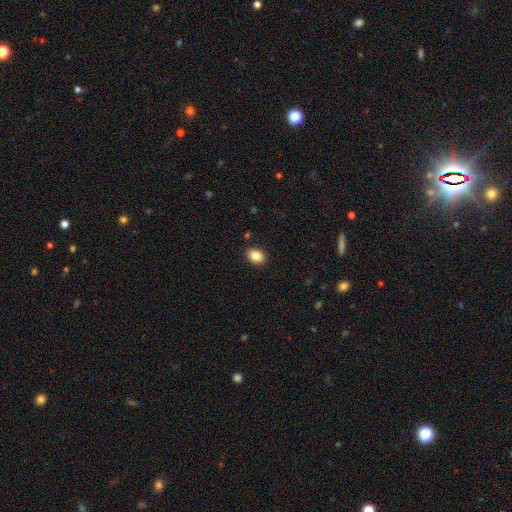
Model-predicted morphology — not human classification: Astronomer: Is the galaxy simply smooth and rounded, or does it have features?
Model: smooth — 87%.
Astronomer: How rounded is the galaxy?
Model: in between — 61% (runner-up: round, 38%).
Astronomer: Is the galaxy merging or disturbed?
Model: none — 89%.